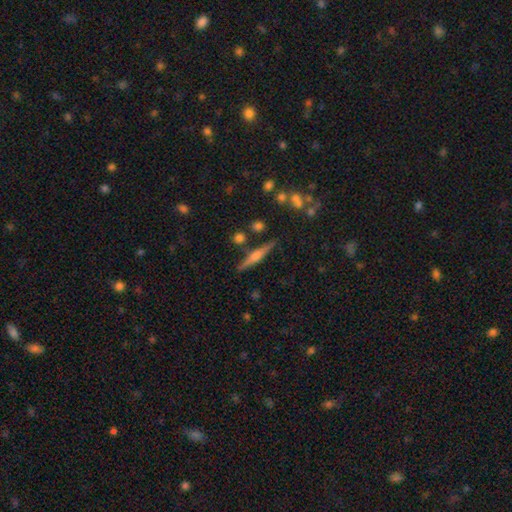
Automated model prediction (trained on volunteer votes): Q: Smooth or featured?
A: featured or disk (66%); runner-up: smooth (26%)
Q: Edge-on disk?
A: yes (97%); runner-up: no (3%)
Q: Edge-on bulge?
A: rounded (81%); runner-up: boxy (12%)
Q: Merging?
A: none (85%); runner-up: minor disturbance (9%)